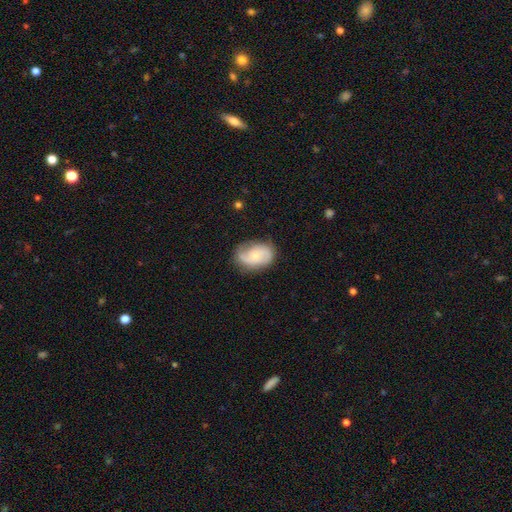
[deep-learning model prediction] This appears to be a featured or disk galaxy (59%) with no bar (70%), spiral arms (88%) and a small central bulge (58%). Merging: none (68%).